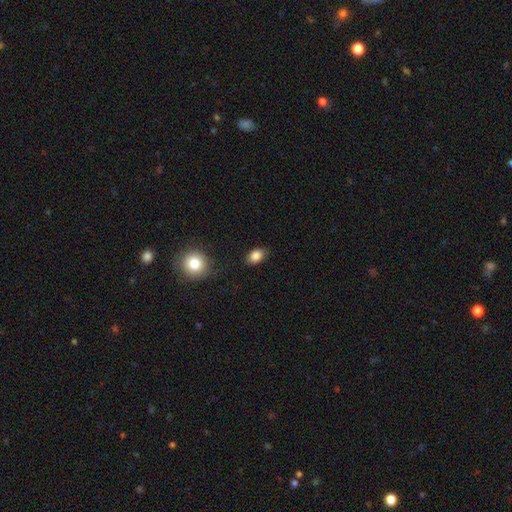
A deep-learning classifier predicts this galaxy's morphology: Smooth or featured? Predicted: smooth (p=0.85). How rounded? Predicted: in between (p=0.77). Merging? Predicted: none (p=0.79).